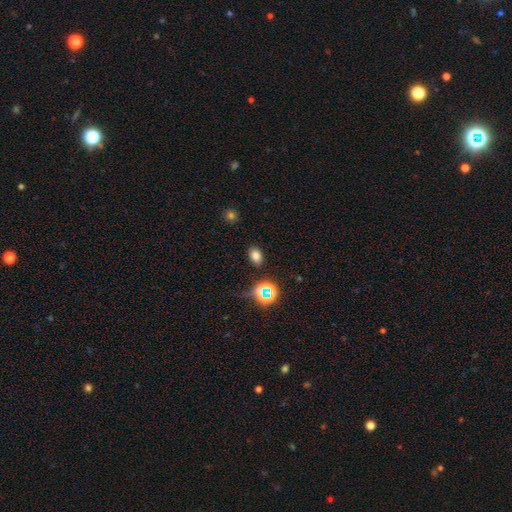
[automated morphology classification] Q: Smooth or featured?
A: smooth (74%); runner-up: star or artifact (19%)
Q: How rounded?
A: in between (80%); runner-up: round (19%)
Q: Merging?
A: none (84%); runner-up: minor disturbance (10%)